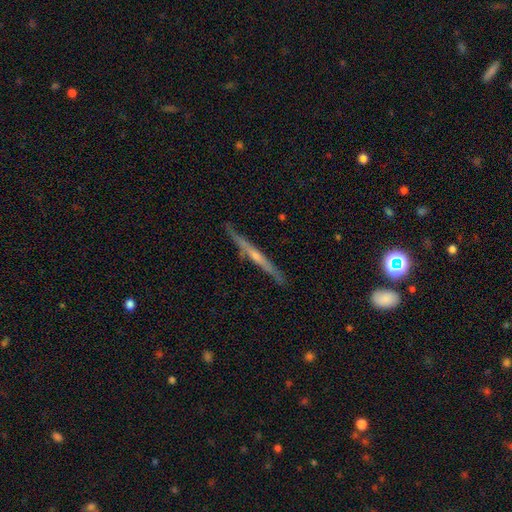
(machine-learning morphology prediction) Smooth or featured: featured or disk — 74% (smooth — 20%)
Edge-on disk: yes — 97% (no — 3%)
Edge-on bulge: rounded — 56% (none — 38%)
Merging: none — 87% (minor disturbance — 10%)